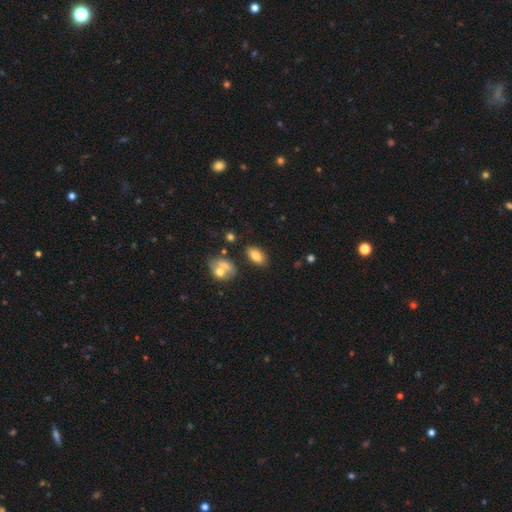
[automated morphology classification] The model was most divided on "merging": none: 80%, minor disturbance: 12%, merger: 6%, major disturbance: 3%. More confident: how rounded — in between (91%); smooth or featured — smooth (81%).